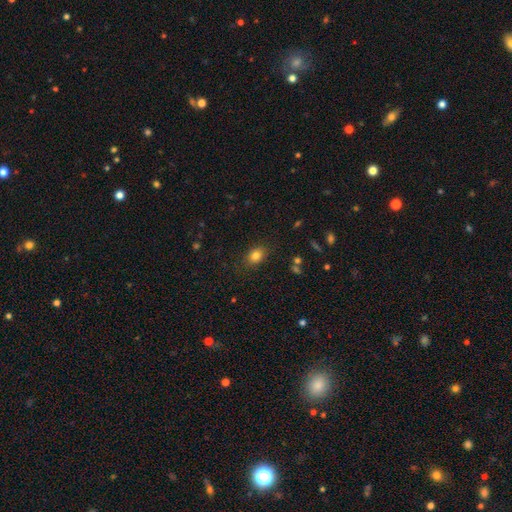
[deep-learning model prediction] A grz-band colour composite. It shows a smooth galaxy with no disk features (81%) that is in between round and cigar-shaped (60%). Merging: none (83%).